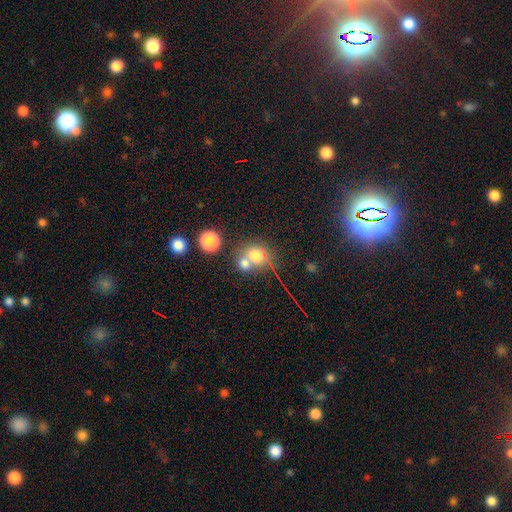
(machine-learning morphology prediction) smooth_or_featured: smooth (p=0.69) [alt: star or artifact p=0.15]
how_rounded: round (p=0.71) [alt: in between p=0.28]
merging: merger (p=0.51) [alt: none p=0.35]